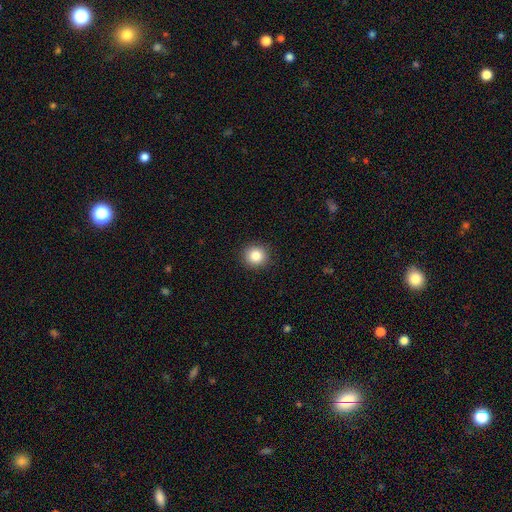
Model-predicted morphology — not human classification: Smooth or featured? Predicted: smooth (p=0.85). How rounded? Predicted: round (p=0.93). Merging? Predicted: none (p=0.92).